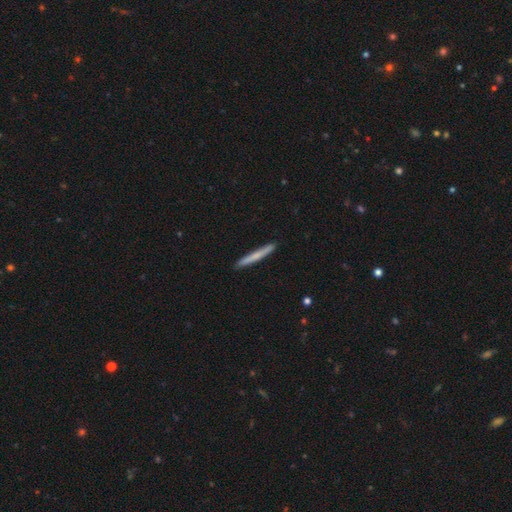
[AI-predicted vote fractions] Smooth or featured?
  - smooth: 61% *
  - featured or disk: 33%
  - star or artifact: 5%
How rounded?
  - cigar-shaped: 97% *
  - in between: 2%
  - round: 1%
Merging?
  - none: 91% *
  - minor disturbance: 6%
  - major disturbance: 1%
  - merger: 1%